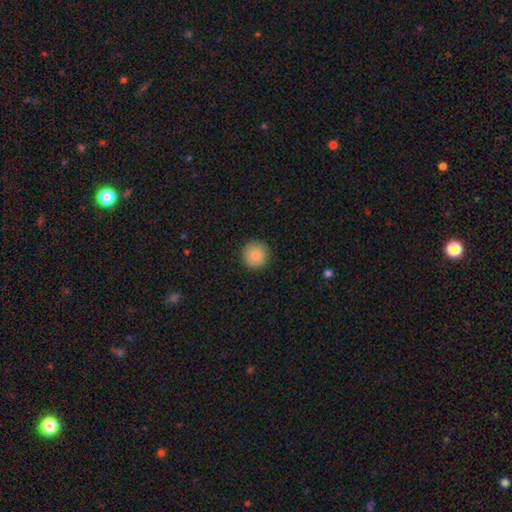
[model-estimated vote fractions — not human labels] Smooth or featured? smooth (86%)
How rounded? round (96%)
Merging? none (92%)